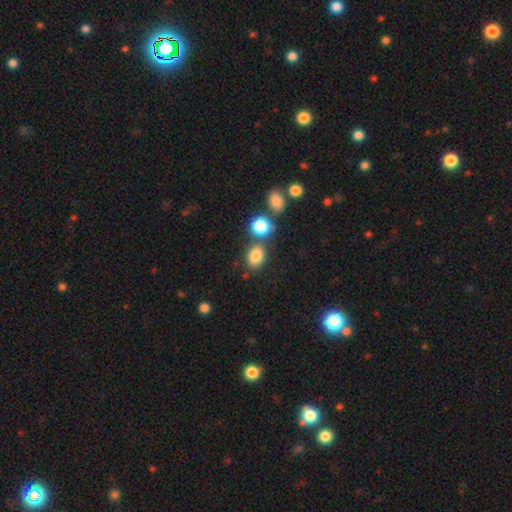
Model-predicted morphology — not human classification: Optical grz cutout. It shows a smooth galaxy with no disk features (82%) that is in between round and cigar-shaped (62%). Merging: none (64%).